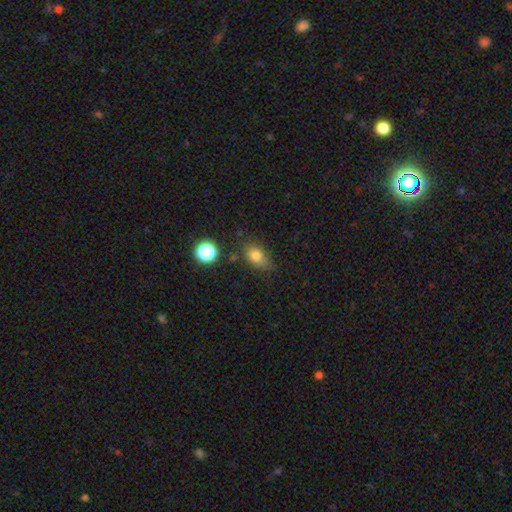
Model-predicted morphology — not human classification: Smooth or featured? smooth (78%)
How rounded? in between (70%)
Merging? none (60%)